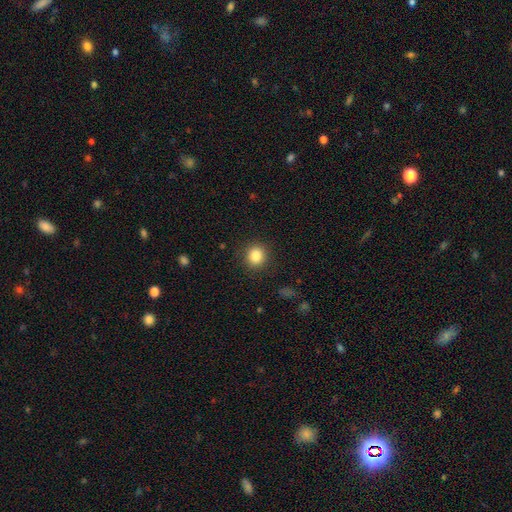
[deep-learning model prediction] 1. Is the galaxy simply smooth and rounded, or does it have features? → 85% smooth, 10% star or artifact, 5% featured or disk.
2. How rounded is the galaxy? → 86% round, 13% in between, 1% cigar-shaped.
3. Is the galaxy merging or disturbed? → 89% none, 7% minor disturbance, 3% major disturbance, 1% merger.